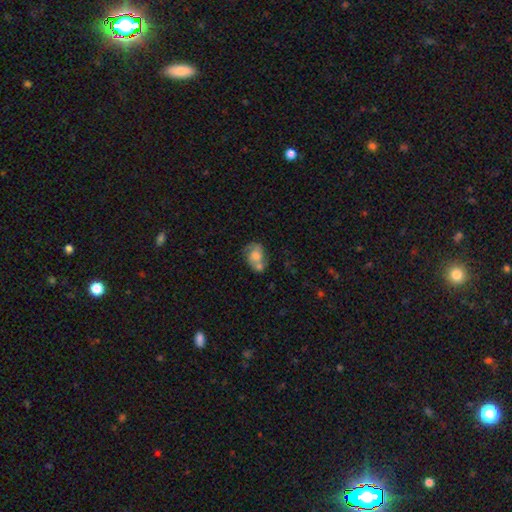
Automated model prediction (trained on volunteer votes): Overall: smooth (51%; featured or disk 40%). How rounded: in between (59%; round 39%). Merging: merger (47%; none 28%).